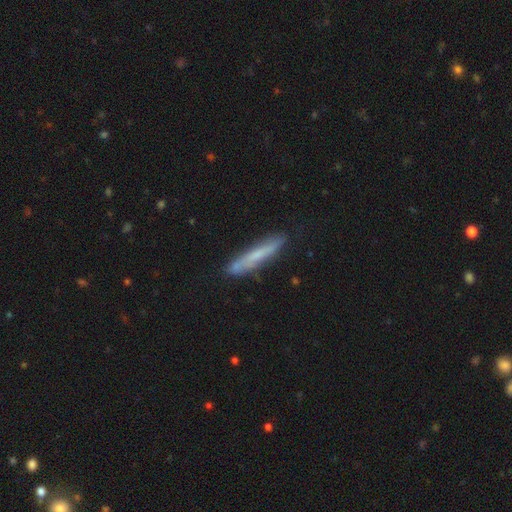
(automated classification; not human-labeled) Smooth or featured? smooth (53%)
How rounded? cigar-shaped (93%)
Merging? none (81%)